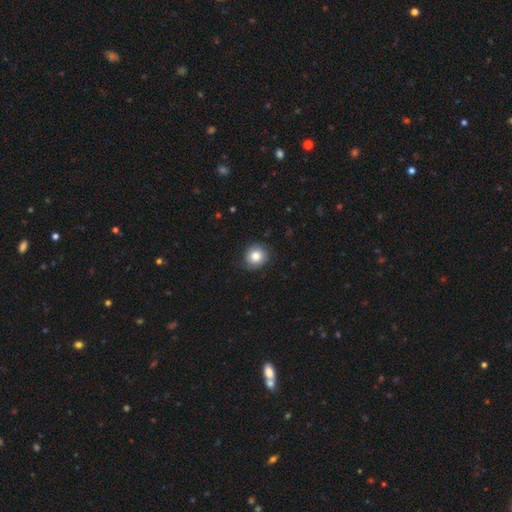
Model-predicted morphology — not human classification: smooth 80%, featured or disk 12%, star or artifact 8%. Down the decision tree: how rounded — round (82%); merging — none (81%).